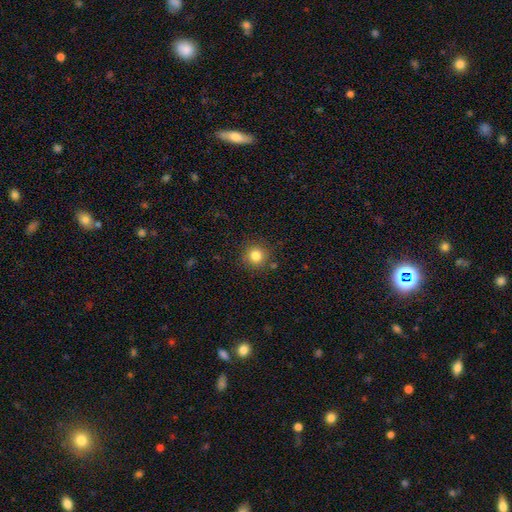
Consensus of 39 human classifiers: Smooth or featured? smooth (87%)
How rounded? round (100%)
Merging? none (86%)